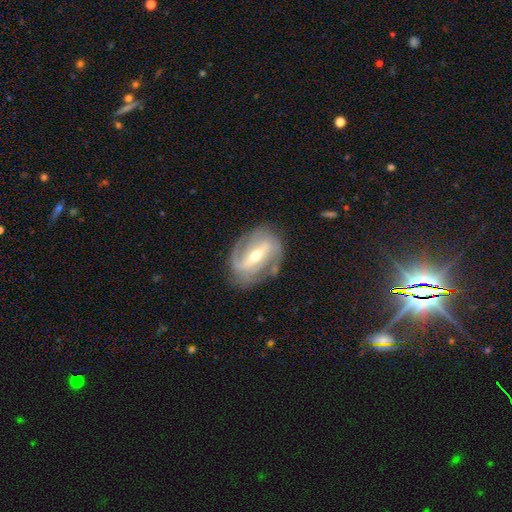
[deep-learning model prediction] featured or disk 85%, smooth 9%, star or artifact 6%. Down the decision tree: edge-on disk — no (94%); bar — strong (60%); spiral arms — yes (92%); spiral arm count — 2 (70%); spiral winding — medium (43%); bulge size — moderate (62%); merging — none (76%).